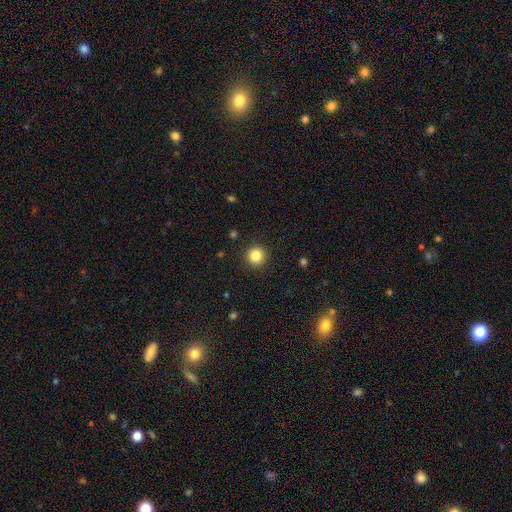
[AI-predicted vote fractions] Morphology: type=smooth (84%); roundness=round (95%); merging=none (92%).